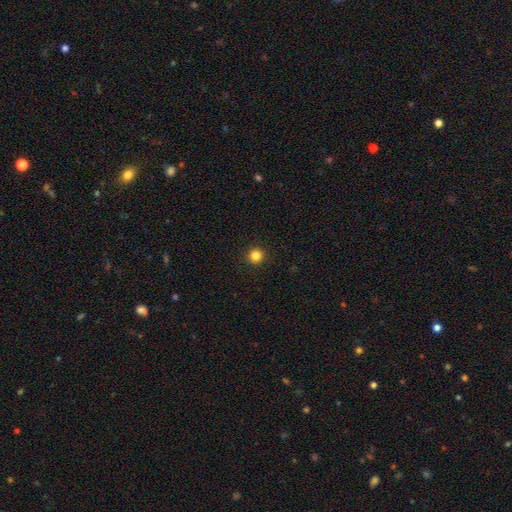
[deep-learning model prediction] smooth 84%, star or artifact 12%, featured or disk 4%. Down the decision tree: how rounded — round (95%); merging — none (93%).